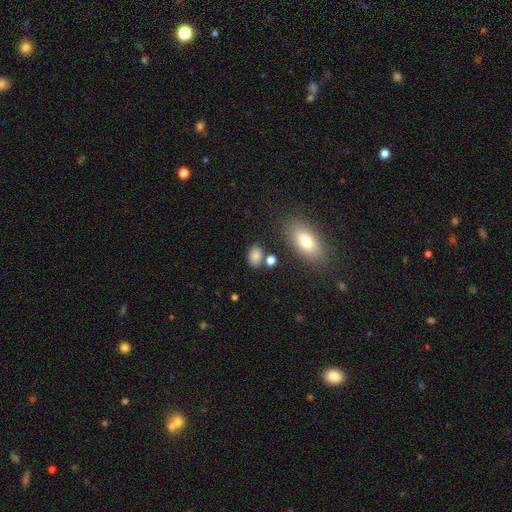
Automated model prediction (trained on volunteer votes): Morphology: type=smooth (82%); roundness=in between (81%); merging=none (72%).